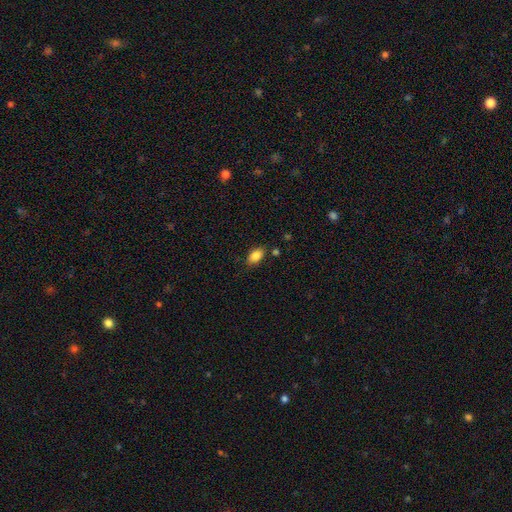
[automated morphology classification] A smooth galaxy with no disk features (87%) that is in between round and cigar-shaped (89%).

Vote fractions:
- Smooth or featured? smooth: 87% / star or artifact: 8% / featured or disk: 5%
- How rounded? in between: 89% / round: 9% / cigar-shaped: 2%
- Merging? none: 80% / minor disturbance: 13% / merger: 4% / major disturbance: 3%